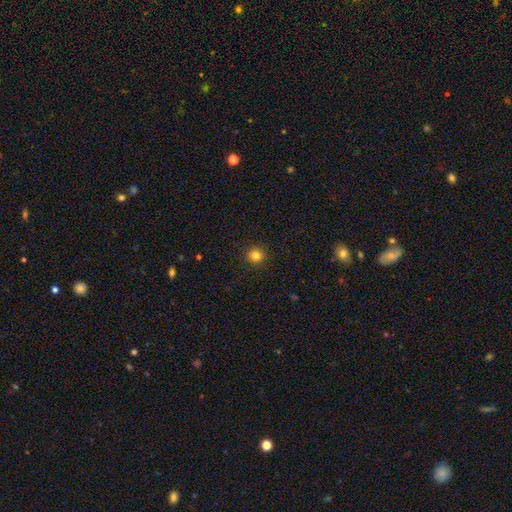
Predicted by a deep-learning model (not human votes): smooth 82%, star or artifact 13%, featured or disk 5%. Down the decision tree: how rounded — round (95%); merging — none (93%).